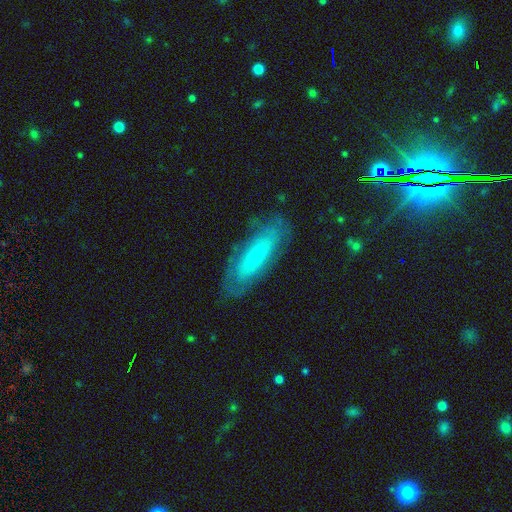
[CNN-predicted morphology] Q: Smooth or featured?
A: smooth (48%); runner-up: featured or disk (45%)
Q: Merging?
A: none (77%); runner-up: minor disturbance (16%)